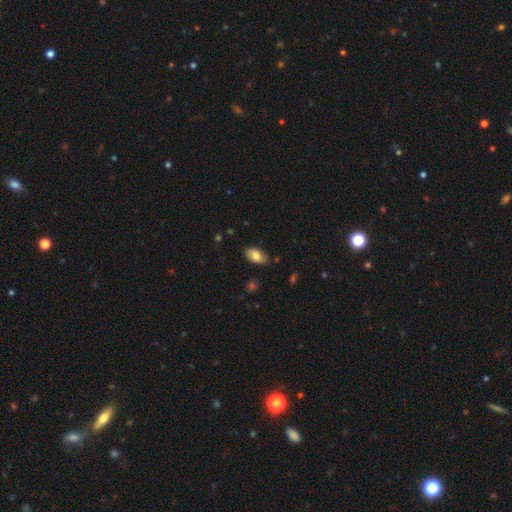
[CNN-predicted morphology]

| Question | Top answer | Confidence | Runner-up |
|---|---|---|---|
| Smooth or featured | smooth | 79% | featured or disk (14%) |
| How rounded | in between | 94% | round (4%) |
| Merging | none | 83% | minor disturbance (13%) |